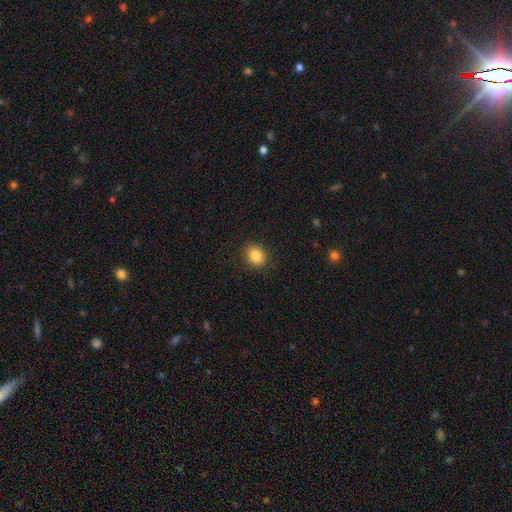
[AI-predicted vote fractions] A smooth galaxy with no disk features (84%) that is round (69%). Merging: none (89%).